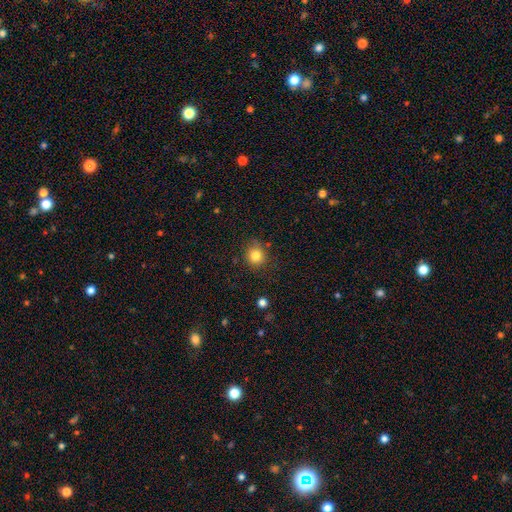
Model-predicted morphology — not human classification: A smooth galaxy with no disk features (82%) that is round (83%).

Vote fractions:
- Smooth or featured? smooth: 82% / star or artifact: 11% / featured or disk: 7%
- How rounded? round: 83% / in between: 16% / cigar-shaped: 1%
- Merging? none: 80% / minor disturbance: 15% / major disturbance: 4% / merger: 2%